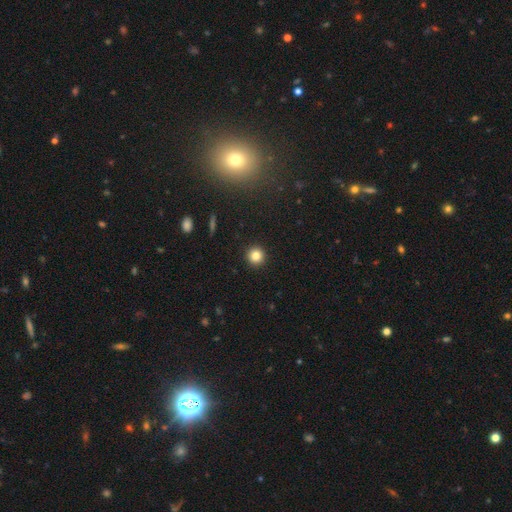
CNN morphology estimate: A smooth galaxy with no disk features (83%) that is round (95%).

Vote fractions:
- Smooth or featured? smooth: 83% / star or artifact: 11% / featured or disk: 5%
- How rounded? round: 95% / in between: 4% / cigar-shaped: 1%
- Merging? none: 93% / minor disturbance: 4% / major disturbance: 2% / merger: 1%